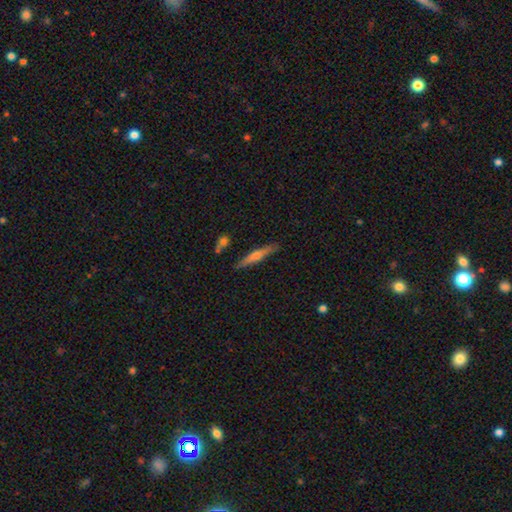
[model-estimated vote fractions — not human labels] A featured or disk galaxy (54%) viewed edge-on (95%) with a rounded central bulge (81%). Merging: none (84%).